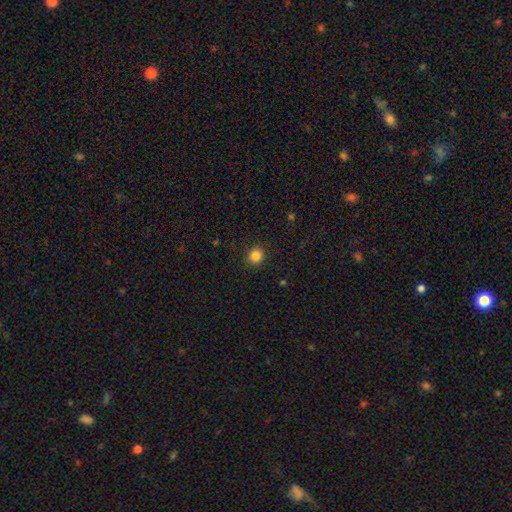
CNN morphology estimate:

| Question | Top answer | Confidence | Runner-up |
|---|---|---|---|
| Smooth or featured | smooth | 85% | star or artifact (11%) |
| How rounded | round | 85% | in between (14%) |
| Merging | none | 90% | minor disturbance (6%) |